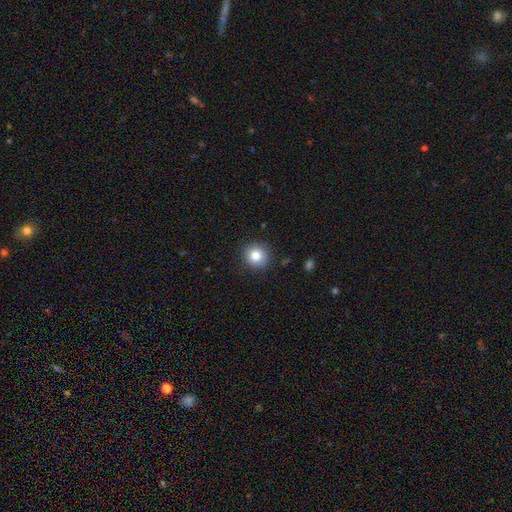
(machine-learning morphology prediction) Smooth or featured? smooth (82%)
How rounded? round (89%)
Merging? none (89%)